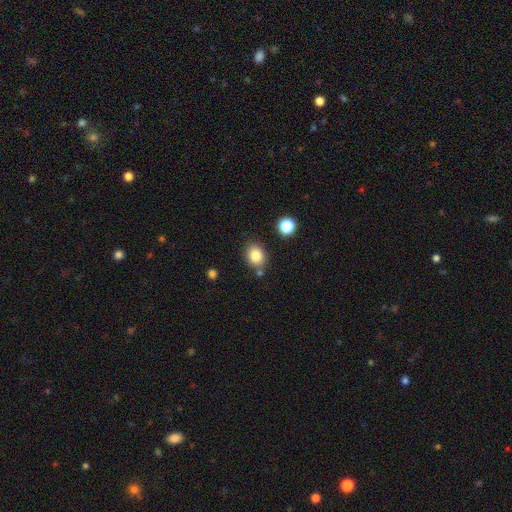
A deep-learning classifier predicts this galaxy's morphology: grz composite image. It shows a smooth galaxy with no disk features (83%) that is round (52%). Merging: none (75%).